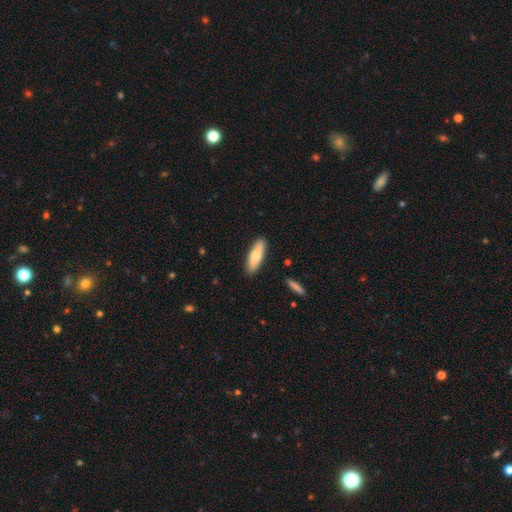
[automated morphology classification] Smooth or featured? Predicted: smooth (p=0.72). How rounded? Predicted: cigar-shaped (p=0.59). Merging? Predicted: none (p=0.87).